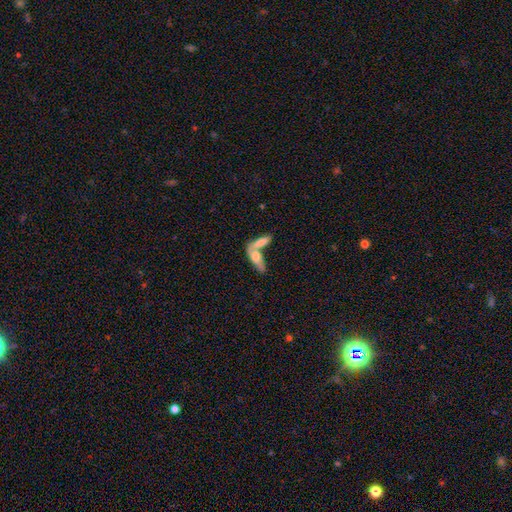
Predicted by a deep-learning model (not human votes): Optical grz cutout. It shows a smooth galaxy with no disk features (60%) that is in between round and cigar-shaped (56%). Merging: merger (61%).